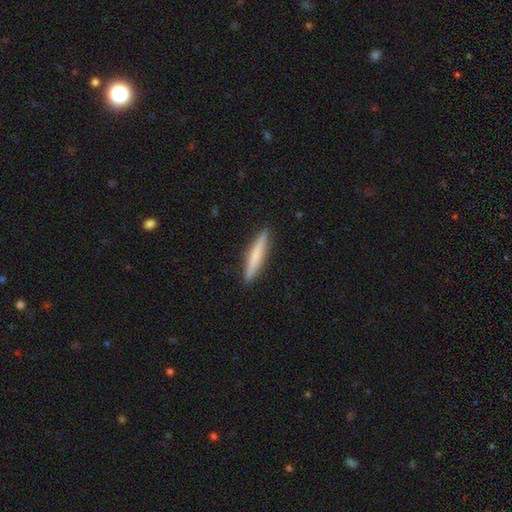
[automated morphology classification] Overall: smooth (63%; featured or disk 31%). How rounded: cigar-shaped (94%). Merging: none (92%).